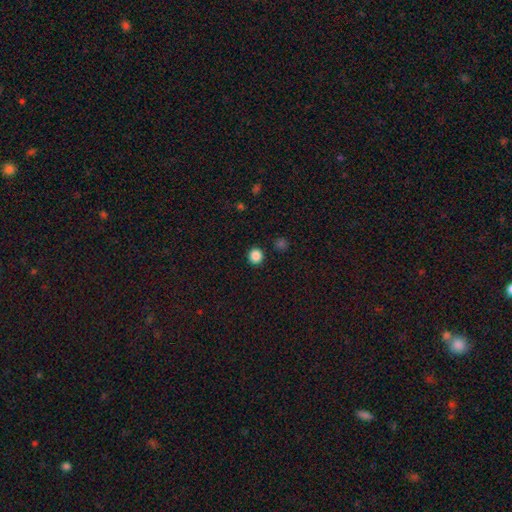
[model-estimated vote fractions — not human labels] Smooth or featured?
  - smooth: 86% *
  - star or artifact: 11%
  - featured or disk: 3%
How rounded?
  - round: 91% *
  - in between: 8%
  - cigar-shaped: 1%
Merging?
  - none: 92% *
  - minor disturbance: 5%
  - major disturbance: 2%
  - merger: 2%